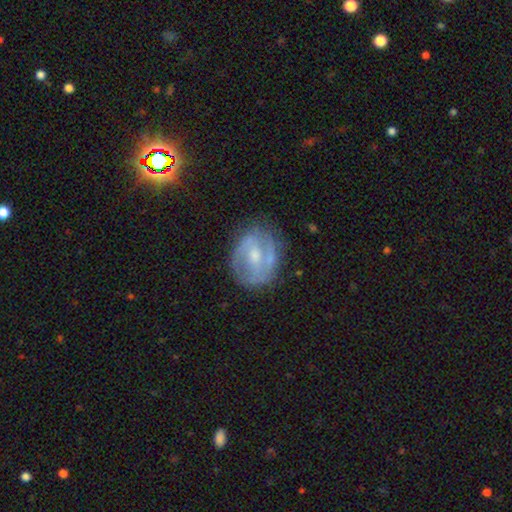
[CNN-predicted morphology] Smooth or featured?
  - featured or disk: 69% *
  - smooth: 24%
  - star or artifact: 7%
Edge-on disk?
  - no: 96% *
  - yes: 4%
Bar?
  - weak: 46% *
  - no: 34%
  - strong: 20%
Spiral arms?
  - yes: 69% *
  - no: 31%
Bulge size?
  - moderate: 53% *
  - small: 38%
  - none: 5%
  - large: 3%
  - dominant: 1%
Merging?
  - none: 68% *
  - minor disturbance: 21%
  - major disturbance: 9%
  - merger: 2%